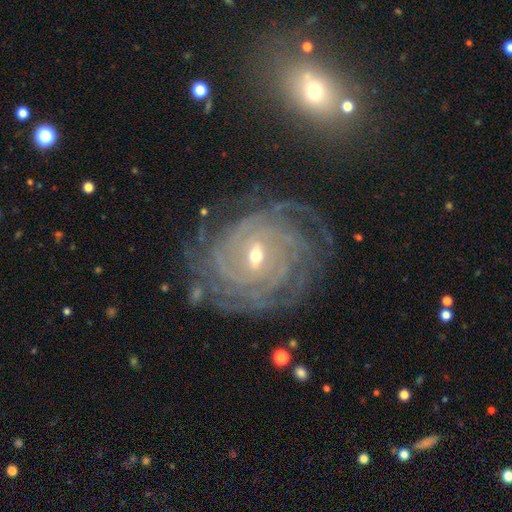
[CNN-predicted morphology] smooth_or_featured: featured or disk (p=0.89) [alt: star or artifact p=0.06]
disk_edge_on: no (p=0.97) [alt: yes p=0.03]
bar: weak (p=0.42) [alt: no p=0.38]
has_spiral_arms: yes (p=0.98) [alt: no p=0.02]
spiral_winding: tight (p=0.84) [alt: medium p=0.14]
spiral_arm_count: 4 (p=0.25) [alt: can't tell p=0.24]
bulge_size: small (p=0.60) [alt: moderate p=0.37]
merging: none (p=0.76) [alt: minor disturbance p=0.16]